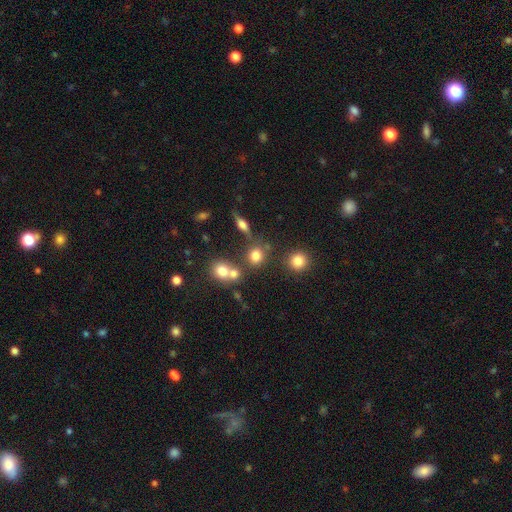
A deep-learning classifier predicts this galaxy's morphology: type=smooth (75%); roundness=round (79%); merging=none (64%).